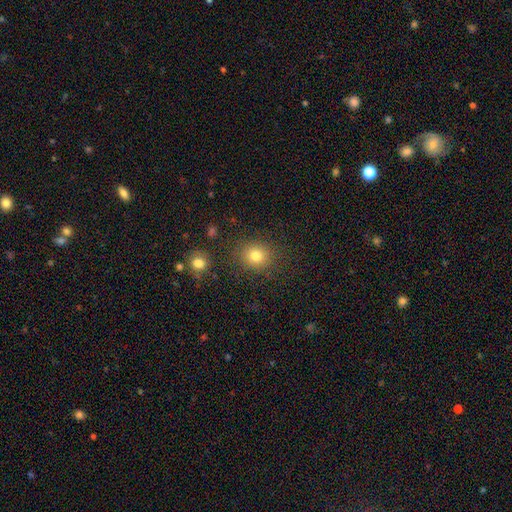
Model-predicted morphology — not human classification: Smooth or featured? smooth (81%)
How rounded? round (81%)
Merging? none (84%)